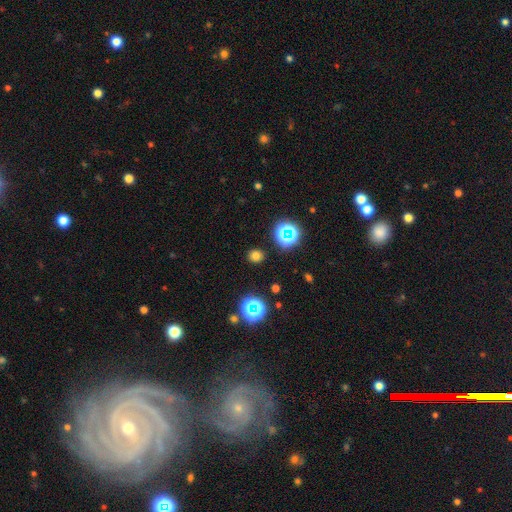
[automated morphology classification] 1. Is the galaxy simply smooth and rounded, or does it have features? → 72% smooth, 22% star or artifact, 6% featured or disk.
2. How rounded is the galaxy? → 78% round, 21% in between, 1% cigar-shaped.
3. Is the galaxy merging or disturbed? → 89% none, 7% minor disturbance, 2% major disturbance, 2% merger.